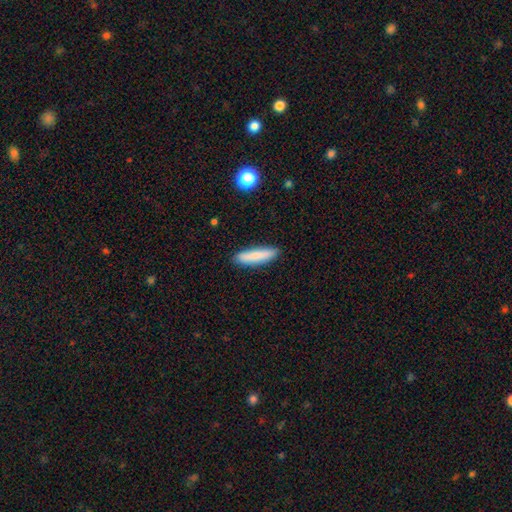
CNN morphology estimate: smooth 83%, featured or disk 10%, star or artifact 7%. Down the decision tree: how rounded — cigar-shaped (81%); merging — none (89%).